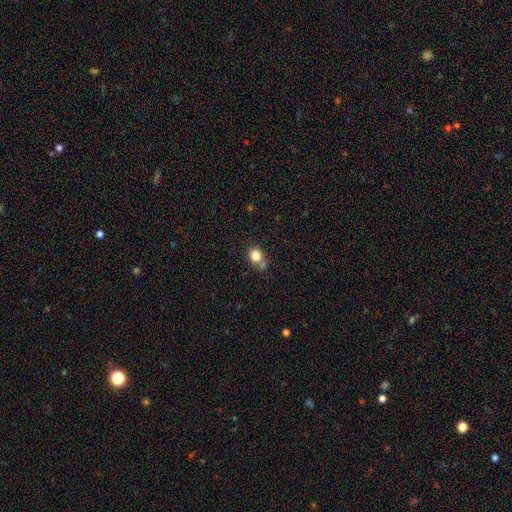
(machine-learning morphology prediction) Smooth or featured? smooth (81%)
How rounded? round (74%)
Merging? none (60%)